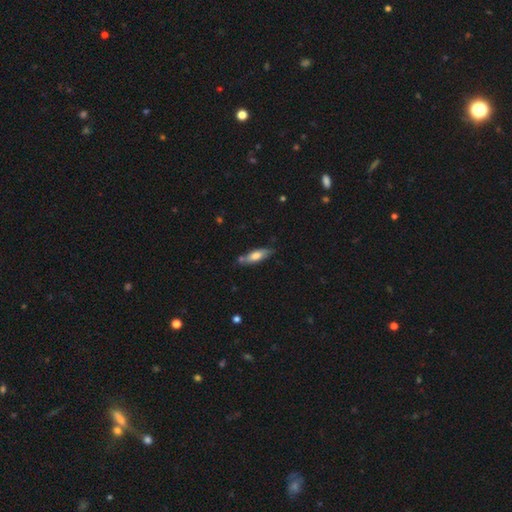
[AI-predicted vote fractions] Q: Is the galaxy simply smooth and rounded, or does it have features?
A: smooth — 67%.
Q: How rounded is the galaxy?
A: in between — 51%.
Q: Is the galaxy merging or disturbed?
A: none — 69%.